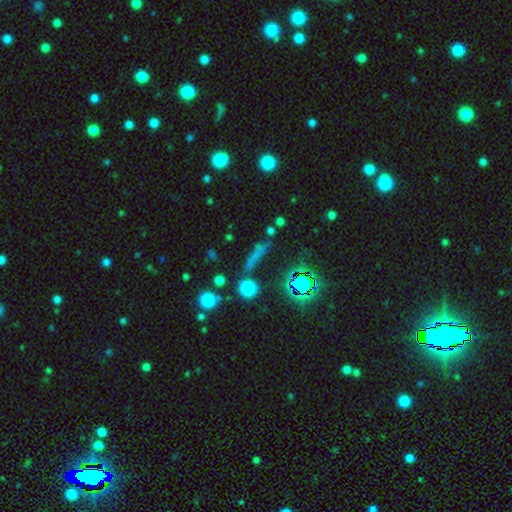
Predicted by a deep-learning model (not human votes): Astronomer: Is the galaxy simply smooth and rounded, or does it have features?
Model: smooth — 47% (runner-up: star or artifact, 34%).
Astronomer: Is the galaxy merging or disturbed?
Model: none — 71%.